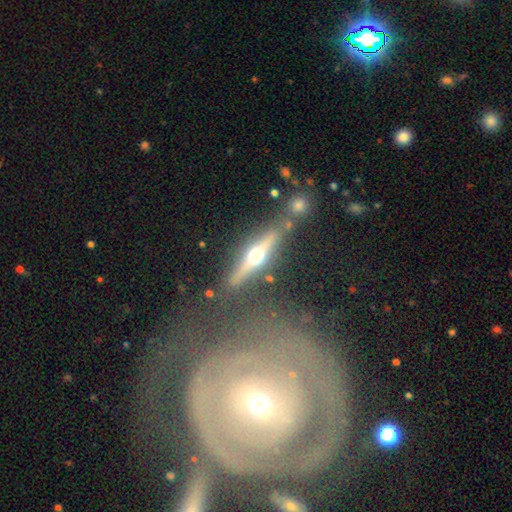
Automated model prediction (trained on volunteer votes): smooth-or-featured: featured or disk: 71% | smooth: 19% | star or artifact: 10%
  disk-edge-on: yes: 93% | no: 7%
    edge-on-bulge: rounded: 96% | boxy: 2% | none: 2%
  merging: none: 77% | minor disturbance: 11% | merger: 7% | major disturbance: 4%